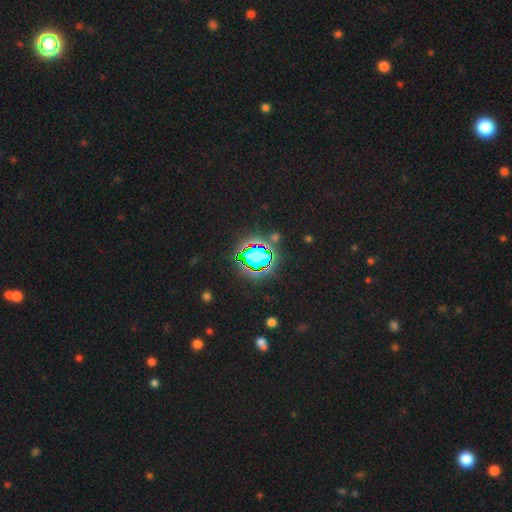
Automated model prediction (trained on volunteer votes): Smooth or featured? Predicted: star or artifact (p=0.70).